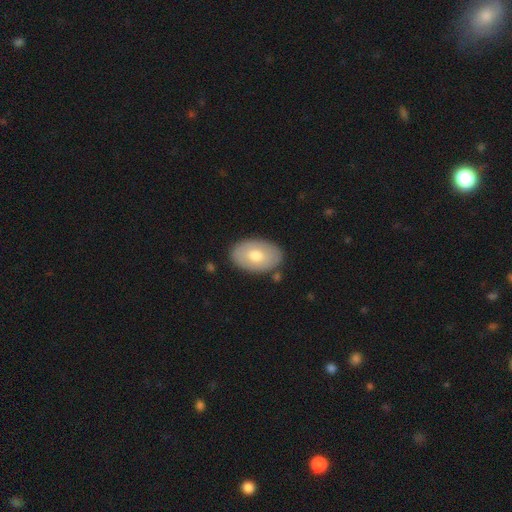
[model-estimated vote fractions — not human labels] This is likely a smooth galaxy (65%). How rounded: clearly in between (90%). Merging: clearly none (84%).